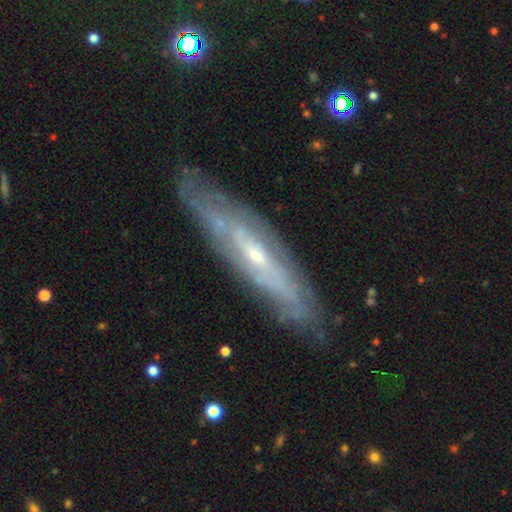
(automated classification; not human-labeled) Overall: featured or disk (80%). Edge-on disk: no (61%; yes 39%). Merging: none (79%).